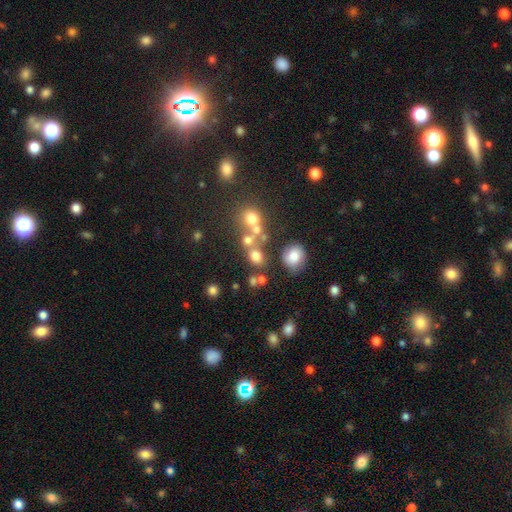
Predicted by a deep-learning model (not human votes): The model was most divided on "merging": none: 49%, merger: 33%, minor disturbance: 11%, major disturbance: 7%. More confident: smooth or featured — smooth (66%); how rounded — round (66%).